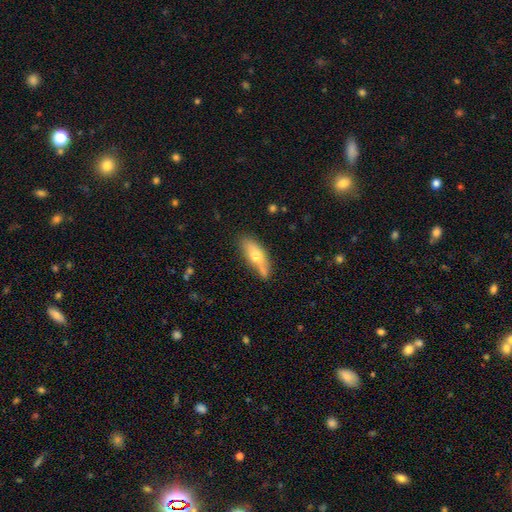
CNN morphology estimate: Q: Smooth or featured?
A: smooth (61%); runner-up: featured or disk (32%)
Q: How rounded?
A: in between (63%); runner-up: cigar-shaped (34%)
Q: Merging?
A: none (65%); runner-up: minor disturbance (22%)